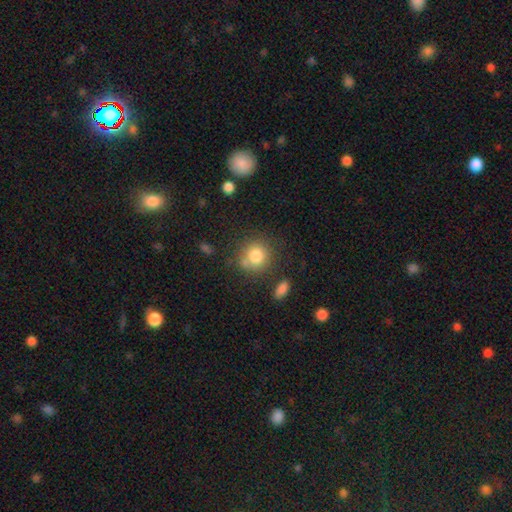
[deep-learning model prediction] A smooth galaxy with no disk features (81%) that is round (85%).

Vote fractions:
- Smooth or featured? smooth: 81% / star or artifact: 10% / featured or disk: 9%
- How rounded? round: 85% / in between: 14% / cigar-shaped: 1%
- Merging? none: 67% / minor disturbance: 15% / merger: 13% / major disturbance: 5%